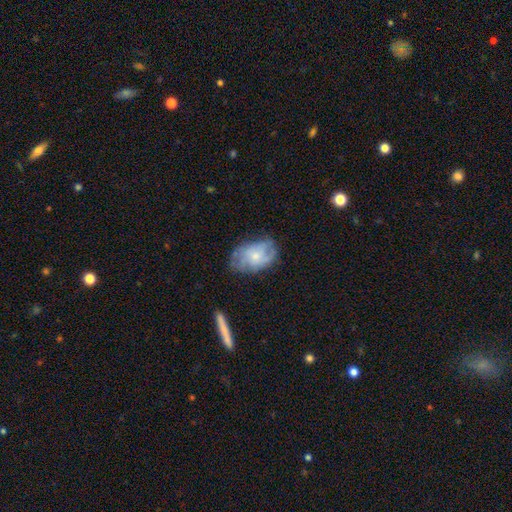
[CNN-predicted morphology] type=featured or disk (53%); edge-on=no (96%); bar=no (77%); spiral arms=yes (72%); bulge=small (51%); merging=none (62%).